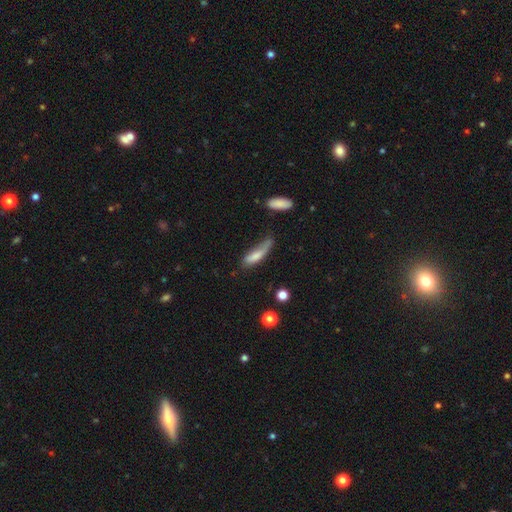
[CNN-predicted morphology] smooth_or_featured: smooth (p=0.73) [alt: featured or disk p=0.20]
how_rounded: cigar-shaped (p=0.64) [alt: in between p=0.34]
merging: minor disturbance (p=0.35) [tied with: none p=0.35]